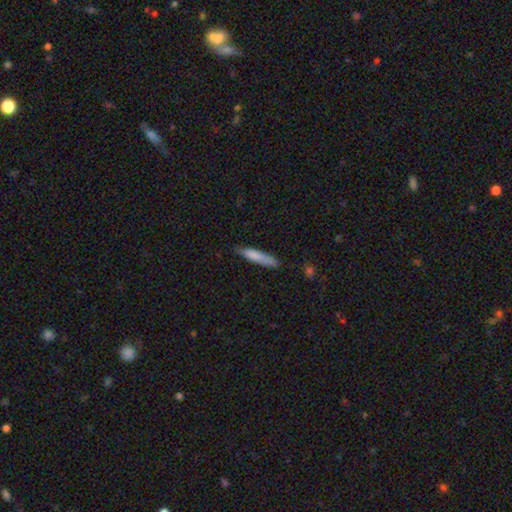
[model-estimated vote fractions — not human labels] smooth-or-featured: smooth: 78% | featured or disk: 16% | star or artifact: 6%
  how-rounded: cigar-shaped: 88% | in between: 11% | round: 1%
  merging: none: 75% | minor disturbance: 20% | major disturbance: 3% | merger: 2%